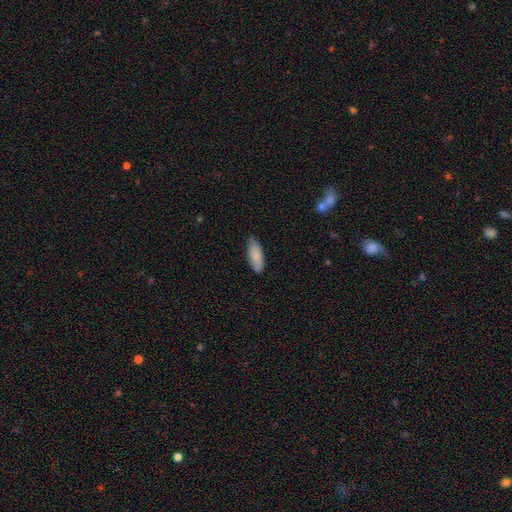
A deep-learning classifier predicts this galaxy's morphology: Smooth or featured?
  - smooth: 83% *
  - featured or disk: 12%
  - star or artifact: 6%
How rounded?
  - in between: 73% *
  - cigar-shaped: 25%
  - round: 2%
Merging?
  - none: 78% *
  - minor disturbance: 18%
  - major disturbance: 3%
  - merger: 1%